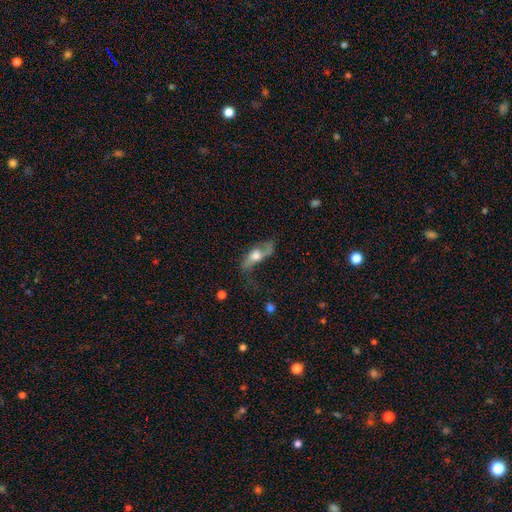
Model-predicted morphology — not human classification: Smooth or featured?
  - featured or disk: 57% *
  - smooth: 35%
  - star or artifact: 8%
Edge-on disk?
  - no: 67% *
  - yes: 33%
Merging?
  - none: 44% *
  - major disturbance: 27%
  - minor disturbance: 24%
  - merger: 4%